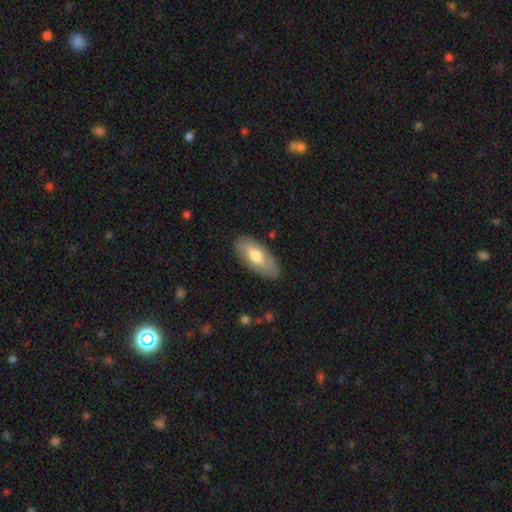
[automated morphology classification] Smooth or featured? smooth (66%)
How rounded? in between (89%)
Merging? none (83%)